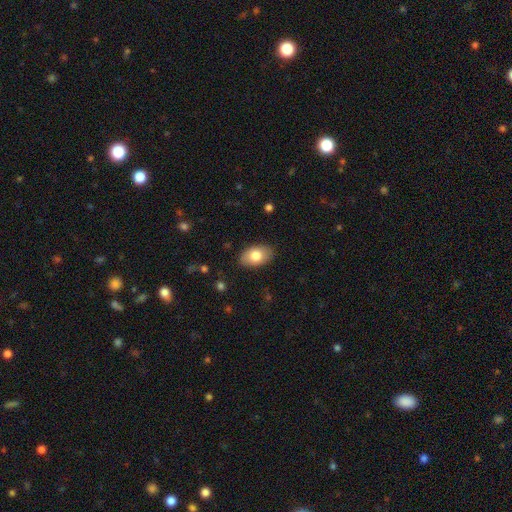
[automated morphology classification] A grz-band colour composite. It shows a smooth galaxy with no disk features (79%) that is in between round and cigar-shaped (91%). Merging: none (86%).